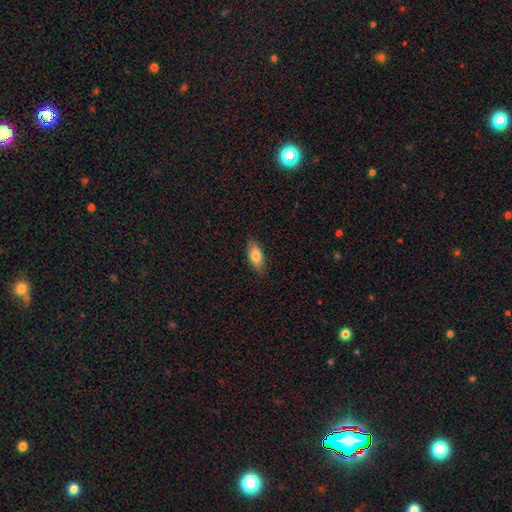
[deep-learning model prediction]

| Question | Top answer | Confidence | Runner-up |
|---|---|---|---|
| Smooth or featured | smooth | 78% | featured or disk (15%) |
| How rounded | in between | 84% | cigar-shaped (13%) |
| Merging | none | 86% | minor disturbance (11%) |